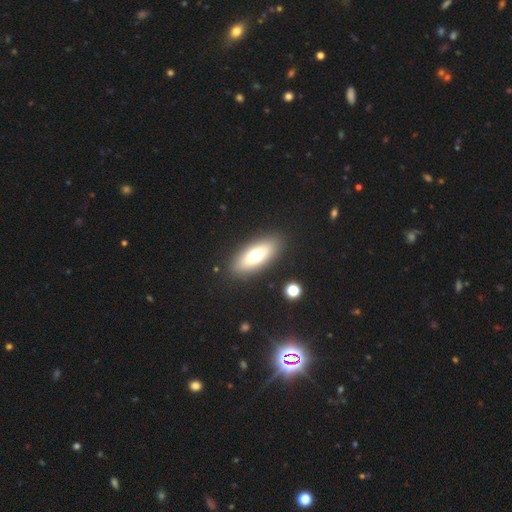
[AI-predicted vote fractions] Smooth or featured? smooth (65%)
How rounded? in between (76%)
Merging? none (88%)